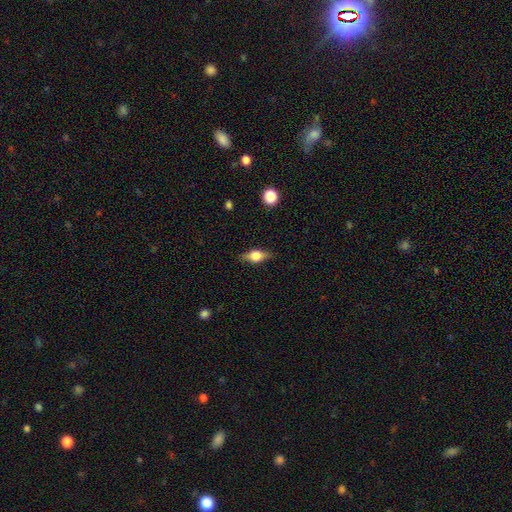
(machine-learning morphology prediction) smooth-or-featured: smooth: 56% | featured or disk: 35% | star or artifact: 8%
  how-rounded: in between: 73% | cigar-shaped: 15% | round: 11%
  merging: none: 83% | minor disturbance: 13% | major disturbance: 3% | merger: 1%